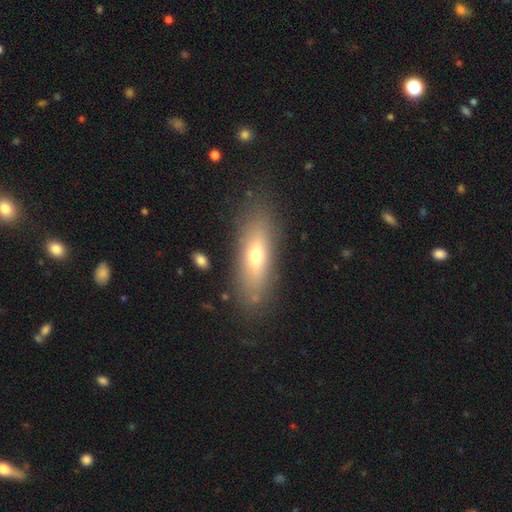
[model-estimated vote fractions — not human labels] The model was most divided on "how rounded": in between: 53%, cigar-shaped: 44%, round: 3%. More confident: merging — none (82%); smooth or featured — smooth (60%).